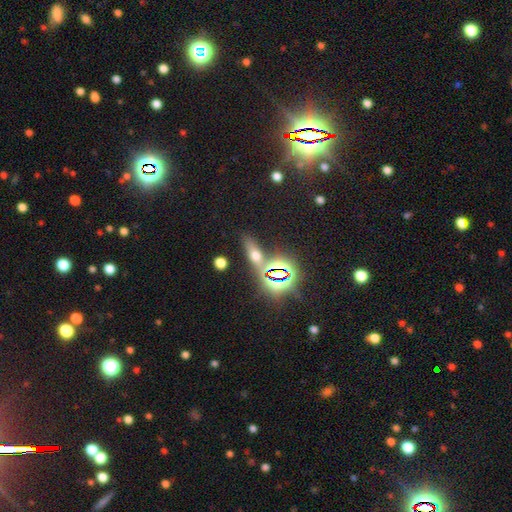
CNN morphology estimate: Smooth or featured? Predicted: smooth (p=0.44). Merging? Predicted: none (p=0.73).